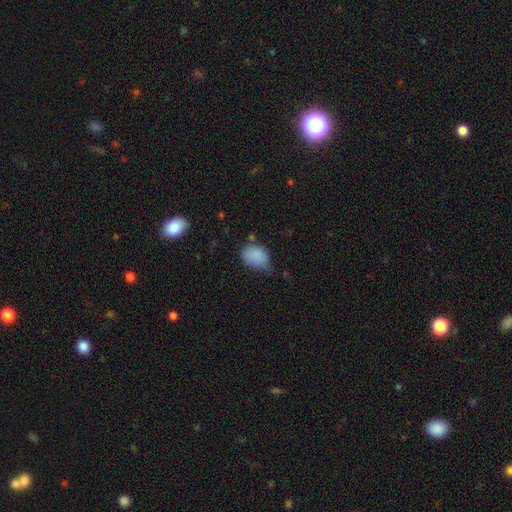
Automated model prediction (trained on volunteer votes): Smooth or featured? Predicted: smooth (p=0.83). How rounded? Predicted: in between (p=0.72). Merging? Predicted: minor disturbance (p=0.44).